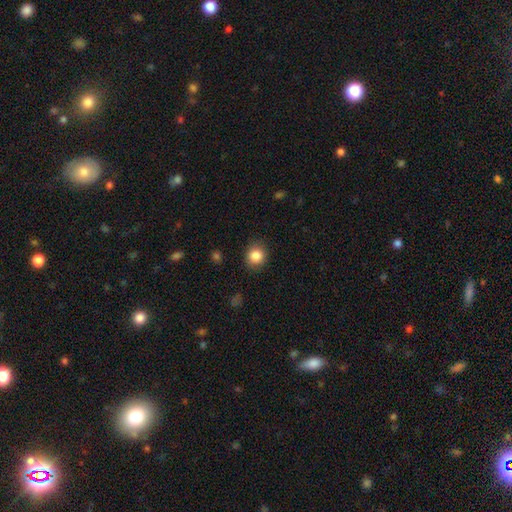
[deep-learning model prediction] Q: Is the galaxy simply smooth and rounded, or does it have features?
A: smooth — 85%.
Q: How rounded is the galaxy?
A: round — 80%.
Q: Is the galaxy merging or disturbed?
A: none — 87%.